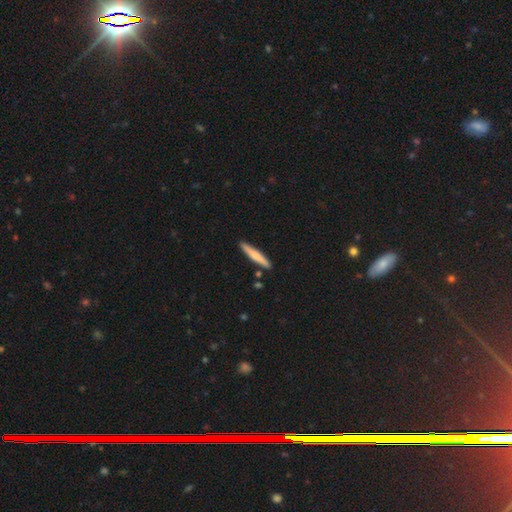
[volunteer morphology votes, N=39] Smooth or featured? smooth (64%)
How rounded? cigar-shaped (96%)
Merging? none (90%)